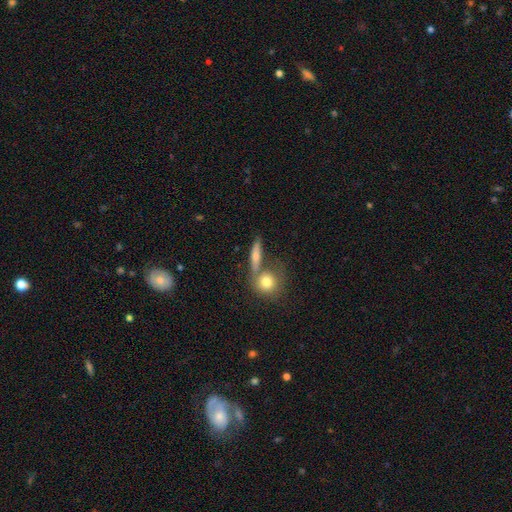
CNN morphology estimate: This is likely a smooth galaxy (65%). How rounded: possibly cigar-shaped (54%). Merging: likely none (60%).